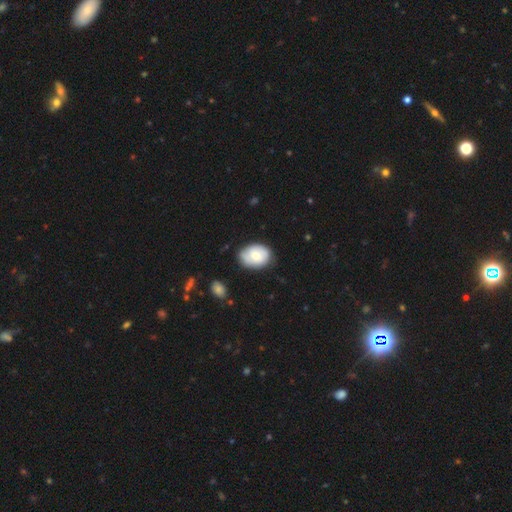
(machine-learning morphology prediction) Smooth or featured? Predicted: smooth (p=0.63). How rounded? Predicted: in between (p=0.70). Merging? Predicted: none (p=0.71).